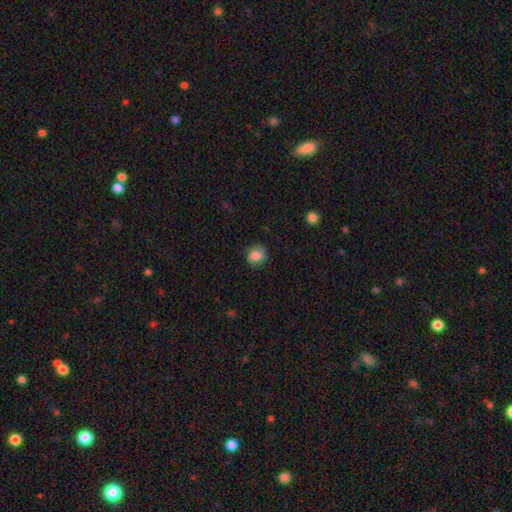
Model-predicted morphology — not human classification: Smooth or featured?
  - smooth: 82% *
  - featured or disk: 9%
  - star or artifact: 9%
How rounded?
  - round: 57% *
  - in between: 42%
  - cigar-shaped: 1%
Merging?
  - none: 78% *
  - minor disturbance: 17%
  - major disturbance: 4%
  - merger: 1%